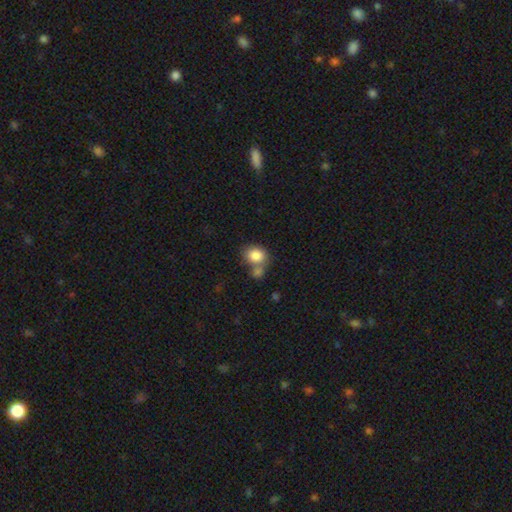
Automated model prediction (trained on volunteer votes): Smooth or featured?
  - smooth: 84% *
  - star or artifact: 8%
  - featured or disk: 8%
How rounded?
  - round: 51% *
  - in between: 48%
  - cigar-shaped: 1%
Merging?
  - none: 45% *
  - merger: 37%
  - minor disturbance: 13%
  - major disturbance: 5%